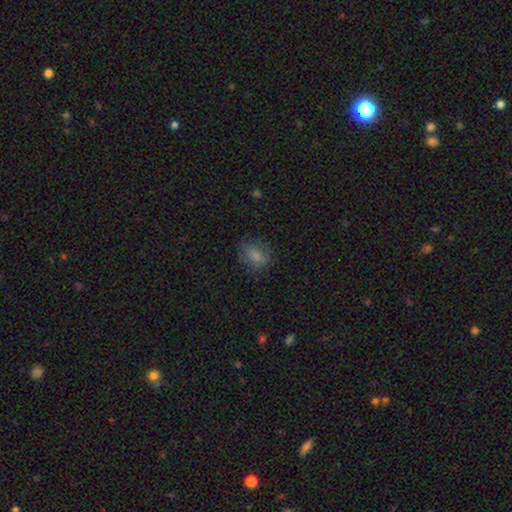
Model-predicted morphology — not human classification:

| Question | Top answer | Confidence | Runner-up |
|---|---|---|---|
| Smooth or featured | smooth | 79% | featured or disk (11%) |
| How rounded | in between | 69% | round (29%) |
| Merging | none | 71% | minor disturbance (19%) |